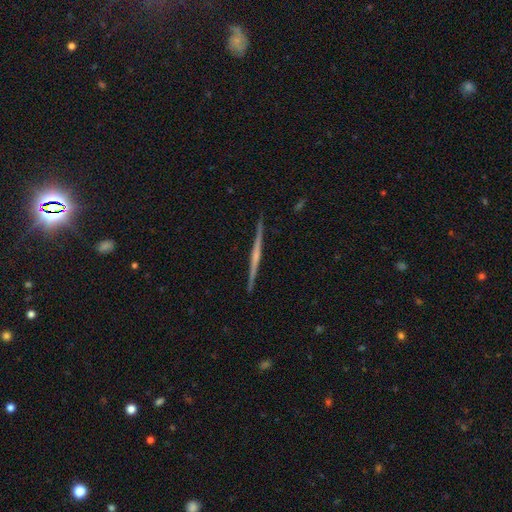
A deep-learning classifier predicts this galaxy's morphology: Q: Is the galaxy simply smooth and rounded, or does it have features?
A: featured or disk — 76%.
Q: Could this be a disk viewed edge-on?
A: yes — 99%.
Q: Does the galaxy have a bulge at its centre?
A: none — 48%.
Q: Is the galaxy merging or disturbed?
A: none — 92%.